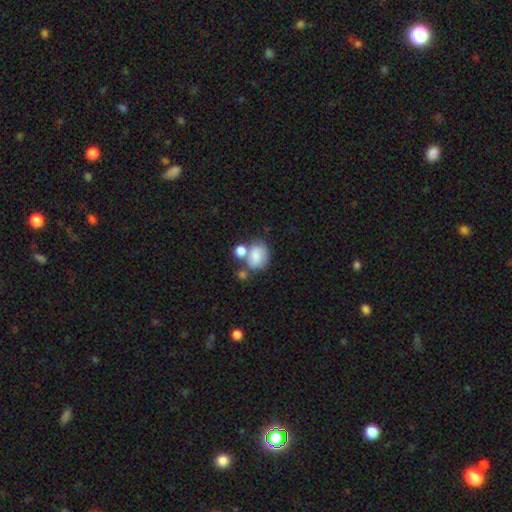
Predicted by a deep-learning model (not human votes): smooth-or-featured: smooth: 79% | featured or disk: 12% | star or artifact: 9%
  how-rounded: in between: 58% | round: 40% | cigar-shaped: 1%
  merging: none: 44% | merger: 33% | minor disturbance: 16% | major disturbance: 7%